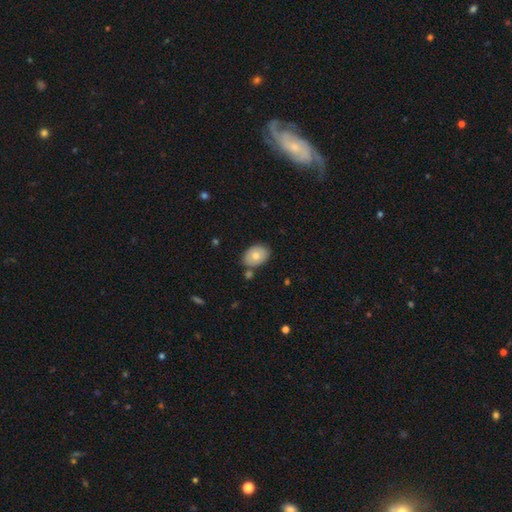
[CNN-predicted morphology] A smooth galaxy with no disk features (74%) that is in between round and cigar-shaped (81%). Merging: none (76%).